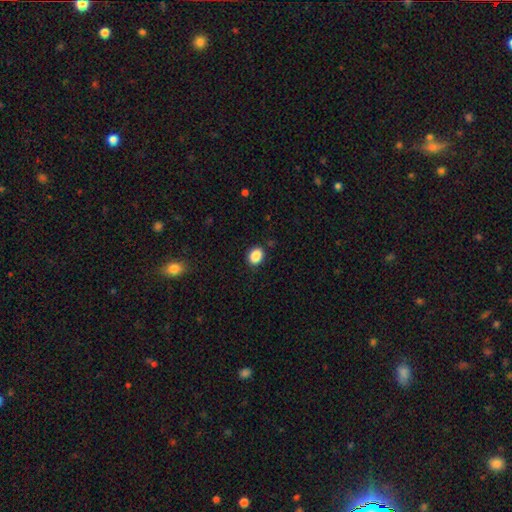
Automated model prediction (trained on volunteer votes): smooth 88%, star or artifact 9%, featured or disk 3%. Down the decision tree: how rounded — in between (52%); merging — none (88%).